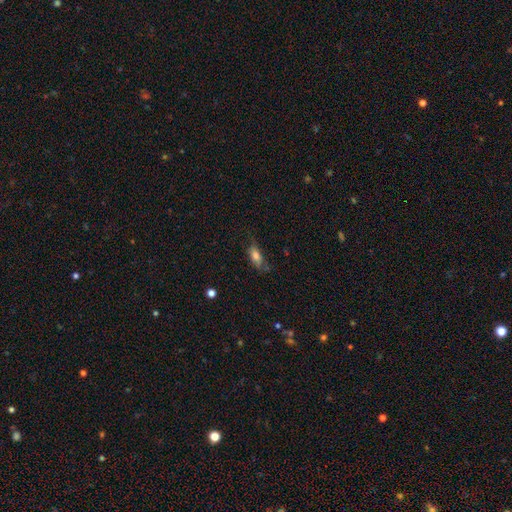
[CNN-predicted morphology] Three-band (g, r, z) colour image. It shows a smooth galaxy with no disk features (71%) that is in between round and cigar-shaped (76%). Merging: none (55%).